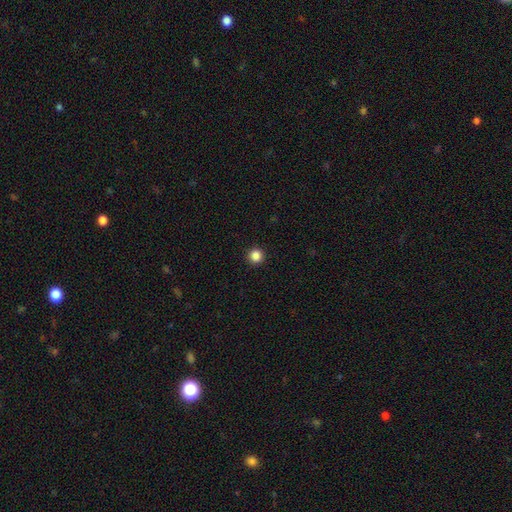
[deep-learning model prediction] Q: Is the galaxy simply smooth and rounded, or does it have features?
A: smooth — 86%.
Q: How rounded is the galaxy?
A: round — 96%.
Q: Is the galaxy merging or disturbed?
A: none — 93%.